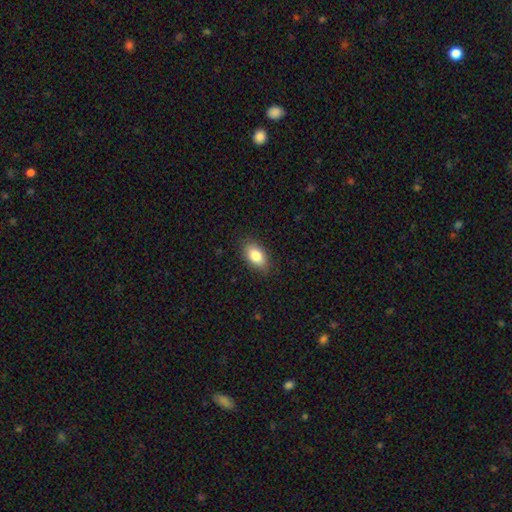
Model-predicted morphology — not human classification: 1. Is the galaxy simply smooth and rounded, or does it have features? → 83% smooth, 9% featured or disk, 8% star or artifact.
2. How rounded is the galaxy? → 90% in between, 7% round, 3% cigar-shaped.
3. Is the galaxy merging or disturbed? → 85% none, 12% minor disturbance, 3% major disturbance, 1% merger.